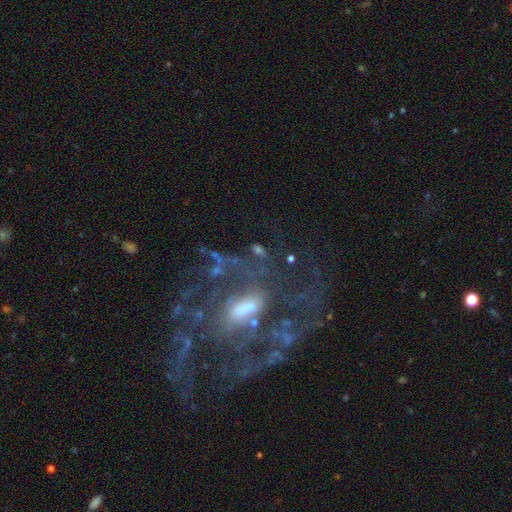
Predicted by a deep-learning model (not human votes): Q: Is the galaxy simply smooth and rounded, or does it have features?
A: featured or disk — 82%.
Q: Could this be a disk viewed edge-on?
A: no — 96%.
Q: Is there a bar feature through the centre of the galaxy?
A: weak — 46%.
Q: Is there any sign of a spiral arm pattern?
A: yes — 81%.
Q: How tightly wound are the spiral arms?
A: medium — 41%.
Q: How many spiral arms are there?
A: can't tell — 41%.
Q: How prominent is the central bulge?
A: moderate — 53%.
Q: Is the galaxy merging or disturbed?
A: none — 57%.